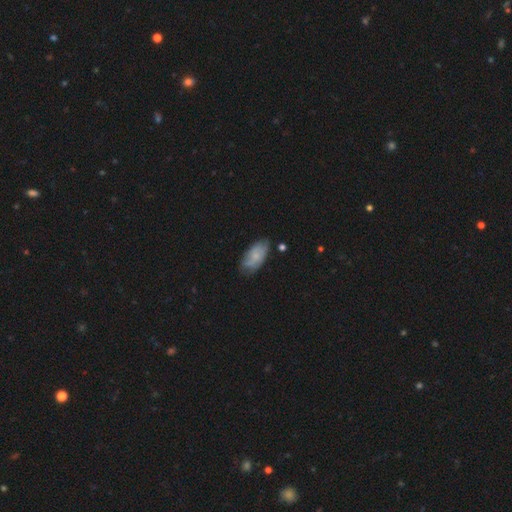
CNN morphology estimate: This is possibly a smooth galaxy (56%). How rounded: clearly in between (92%). Merging: likely none (62%).